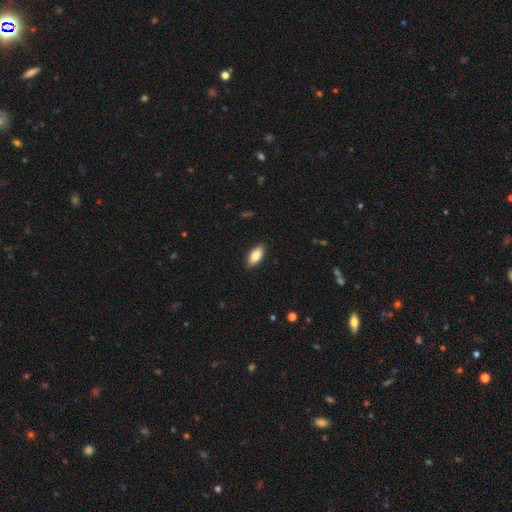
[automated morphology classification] type=smooth (84%); roundness=in between (87%); merging=none (89%).